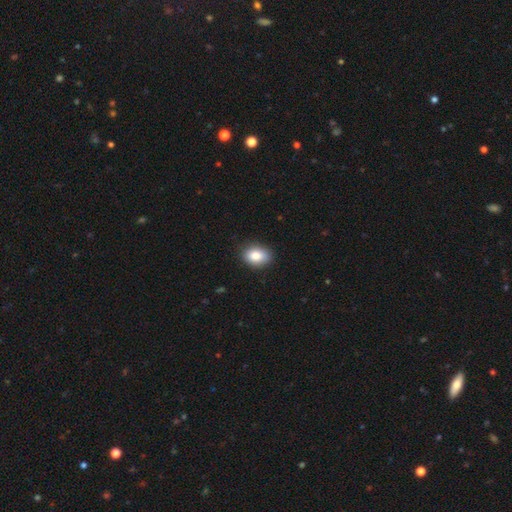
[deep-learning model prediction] Morphology: type=smooth (85%); roundness=in between (79%); merging=none (86%).